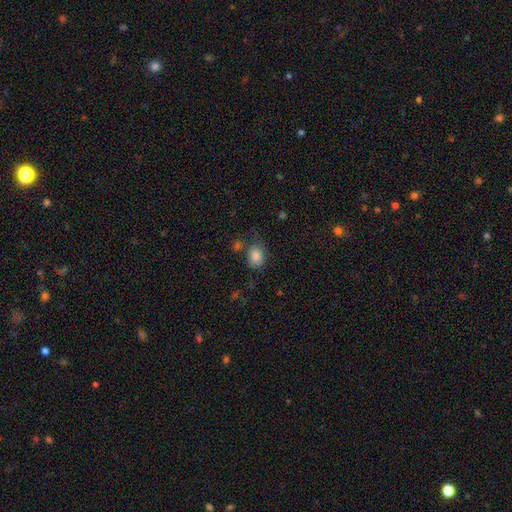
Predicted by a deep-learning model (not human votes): Q: Smooth or featured?
A: smooth (84%); runner-up: star or artifact (10%)
Q: How rounded?
A: in between (61%); runner-up: round (38%)
Q: Merging?
A: none (60%); runner-up: minor disturbance (23%)